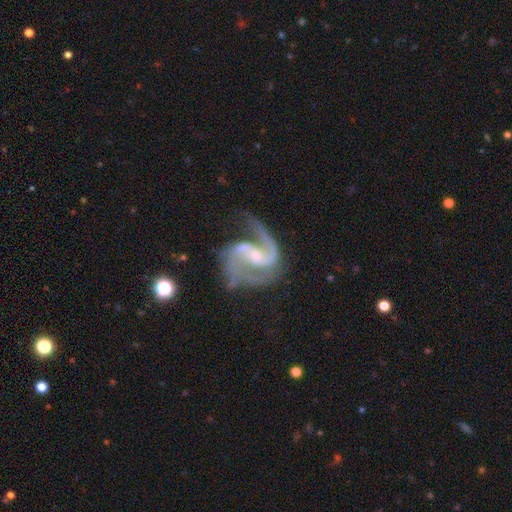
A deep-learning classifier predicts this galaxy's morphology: smooth-or-featured: featured or disk: 92% | star or artifact: 5% | smooth: 3%
  disk-edge-on: no: 98% | yes: 2%
    bar: weak: 46% | no: 32% | strong: 22%
    has-spiral-arms: yes: 98% | no: 2%
      spiral-winding: medium: 57% | loose: 31% | tight: 12%
      spiral-arm-count: 2: 86% | 3: 5% | 1: 3% | can't tell: 3% | 4: 2% | more than 4: 2%
    bulge-size: small: 63% | moderate: 30% | none: 5% | large: 1% | dominant: 1%
  merging: none: 52% | minor disturbance: 21% | major disturbance: 20% | merger: 7%